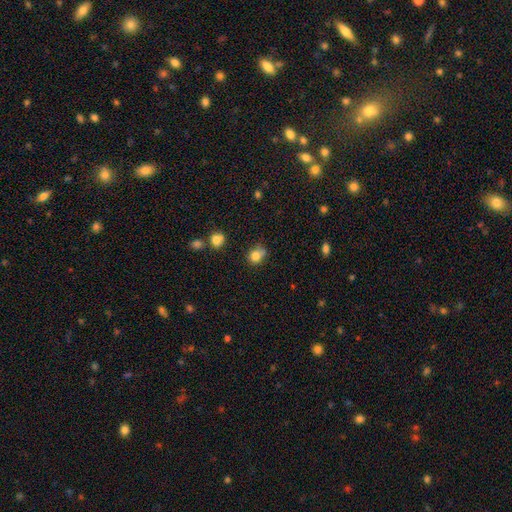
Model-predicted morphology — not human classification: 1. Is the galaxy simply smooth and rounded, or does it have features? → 80% smooth, 12% star or artifact, 8% featured or disk.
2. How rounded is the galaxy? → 73% round, 27% in between, 1% cigar-shaped.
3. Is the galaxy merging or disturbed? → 55% none, 23% minor disturbance, 15% merger, 7% major disturbance.